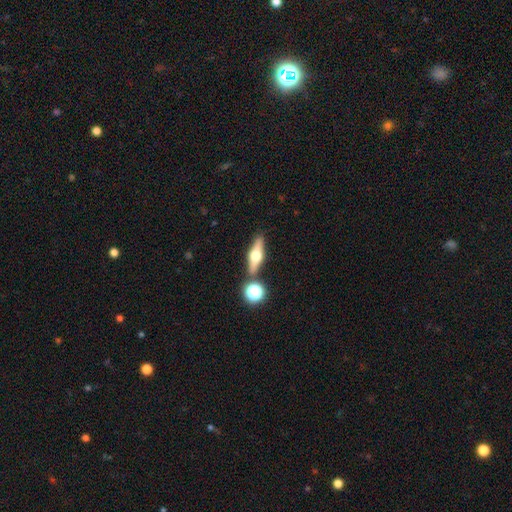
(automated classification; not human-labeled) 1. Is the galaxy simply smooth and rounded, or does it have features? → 59% featured or disk, 32% smooth, 8% star or artifact.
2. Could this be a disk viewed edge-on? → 93% yes, 7% no.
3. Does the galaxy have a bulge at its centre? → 95% rounded, 3% boxy, 2% none.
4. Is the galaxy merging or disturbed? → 82% none, 8% minor disturbance, 8% merger, 2% major disturbance.